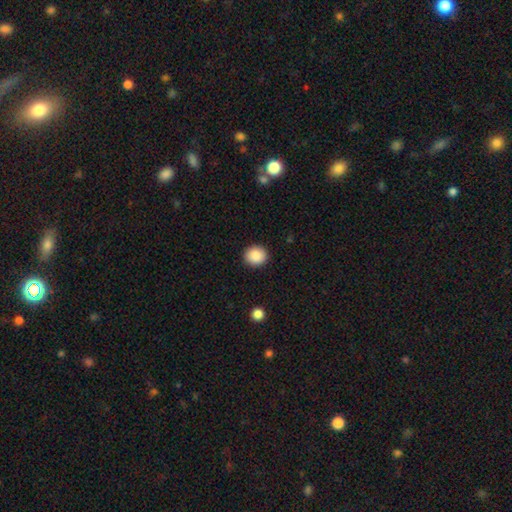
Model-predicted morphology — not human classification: Q: Smooth or featured?
A: smooth (88%); runner-up: star or artifact (8%)
Q: How rounded?
A: round (84%); runner-up: in between (15%)
Q: Merging?
A: none (91%); runner-up: minor disturbance (6%)